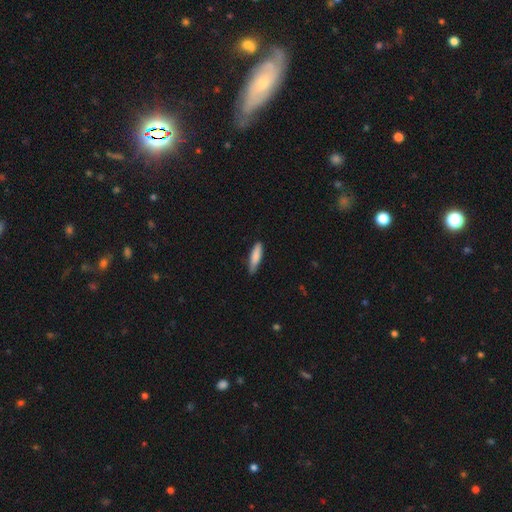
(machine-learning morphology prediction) A smooth galaxy with no disk features (82%) that is cigar-shaped (74%). Merging: none (78%).